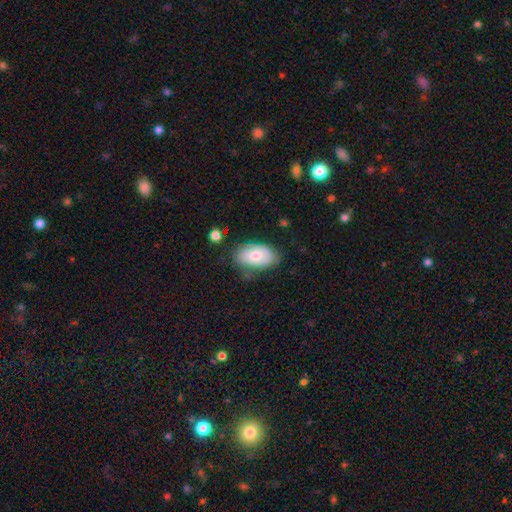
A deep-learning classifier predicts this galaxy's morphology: This appears to be a smooth galaxy with no disk features (59%) that is in between round and cigar-shaped (92%). Merging: none (67%).